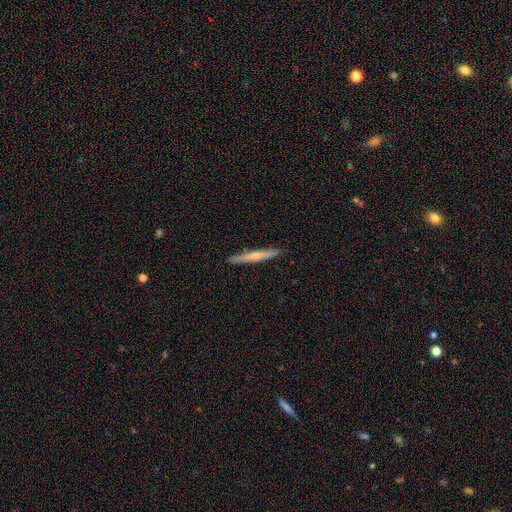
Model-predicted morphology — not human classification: featured or disk 49%, smooth 46%, star or artifact 6%. Down the decision tree: merging — none (91%).